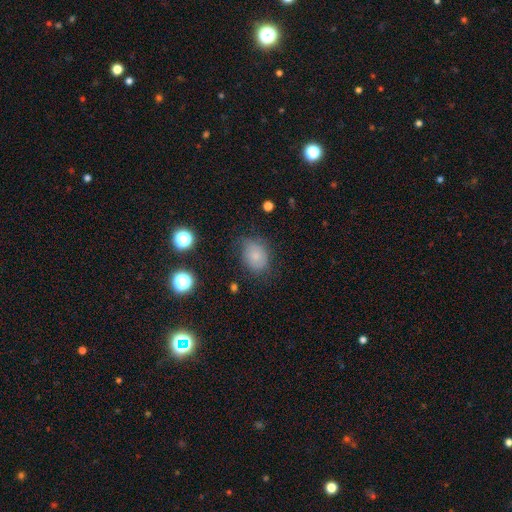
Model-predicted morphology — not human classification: A smooth galaxy with no disk features (76%) that is in between round and cigar-shaped (60%).

Vote fractions:
- Smooth or featured? smooth: 76% / featured or disk: 13% / star or artifact: 12%
- How rounded? in between: 60% / round: 39% / cigar-shaped: 1%
- Merging? none: 66% / minor disturbance: 24% / major disturbance: 8% / merger: 2%